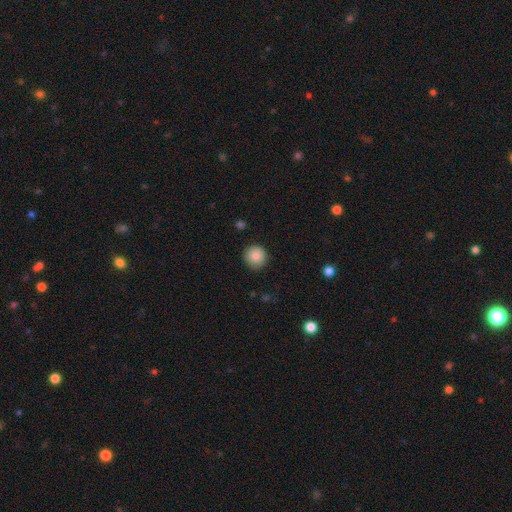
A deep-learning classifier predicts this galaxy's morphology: This appears to be a smooth galaxy with no disk features (87%) that is round (94%). Merging: none (88%).